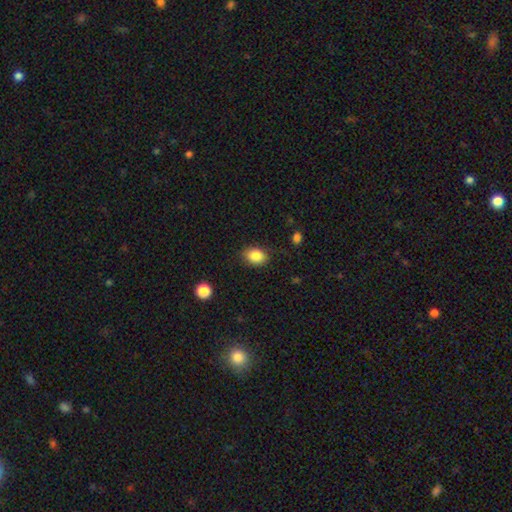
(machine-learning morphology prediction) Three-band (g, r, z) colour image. It shows a smooth galaxy with no disk features (86%) that is in between round and cigar-shaped (70%). Merging: none (82%).